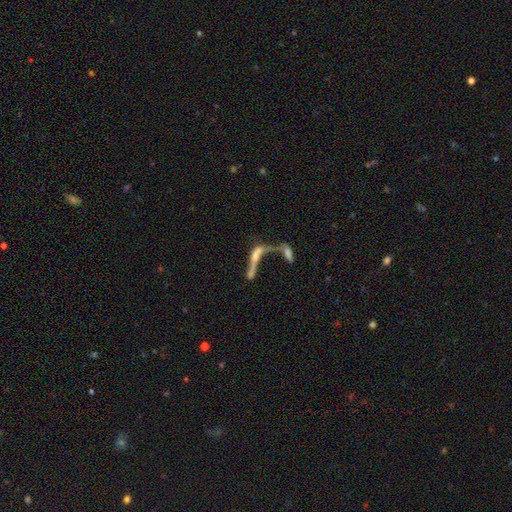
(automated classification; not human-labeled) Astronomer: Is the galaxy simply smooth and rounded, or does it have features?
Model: featured or disk — 56%.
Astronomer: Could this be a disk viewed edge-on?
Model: no — 56% (runner-up: yes, 44%).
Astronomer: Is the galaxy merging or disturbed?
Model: merger — 55%.